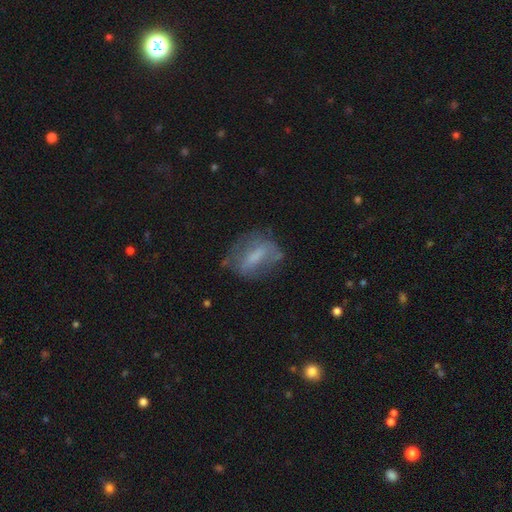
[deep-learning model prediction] Q: Smooth or featured?
A: featured or disk (46%); runner-up: smooth (44%)
Q: Merging?
A: none (57%); runner-up: minor disturbance (24%)